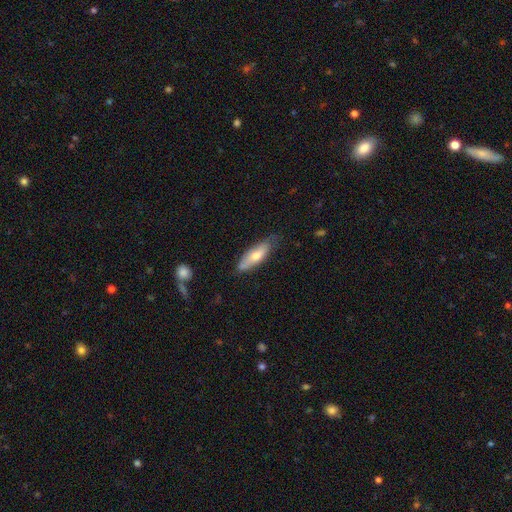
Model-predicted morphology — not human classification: This appears to be a smooth galaxy with no disk features (60%) that is in between round and cigar-shaped (54%). Merging: none (70%).